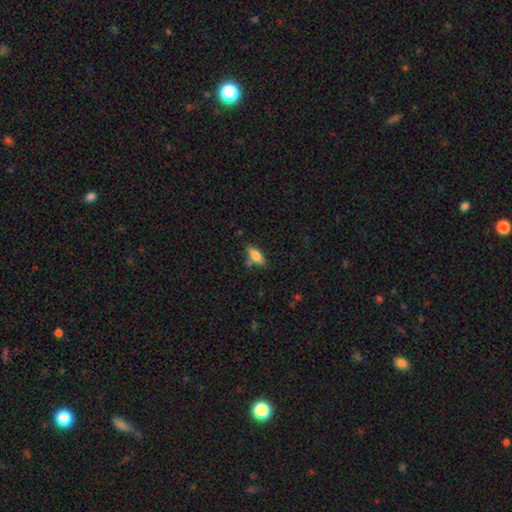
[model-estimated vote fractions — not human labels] This is likely a smooth galaxy (80%). How rounded: likely in between (76%). Merging: likely none (71%).